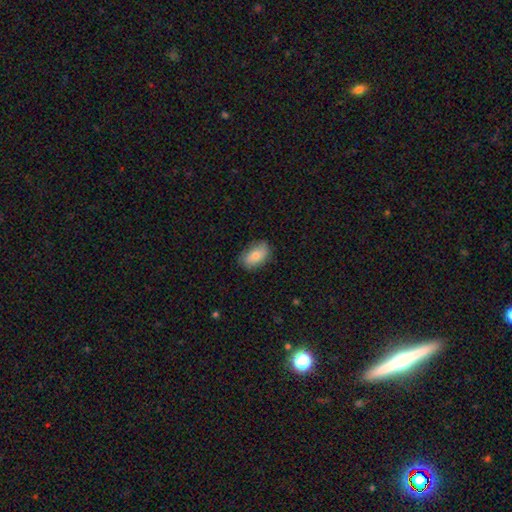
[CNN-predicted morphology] smooth_or_featured: smooth (p=0.79) [alt: featured or disk p=0.14]
how_rounded: in between (p=0.91) [alt: round p=0.07]
merging: none (p=0.78) [alt: minor disturbance p=0.17]